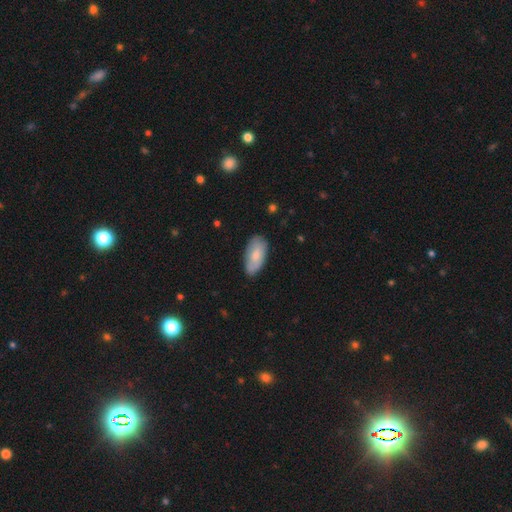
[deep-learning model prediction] The model was most divided on "smooth or featured": smooth: 74%, featured or disk: 20%, star or artifact: 6%. More confident: how rounded — in between (92%); merging — none (77%).